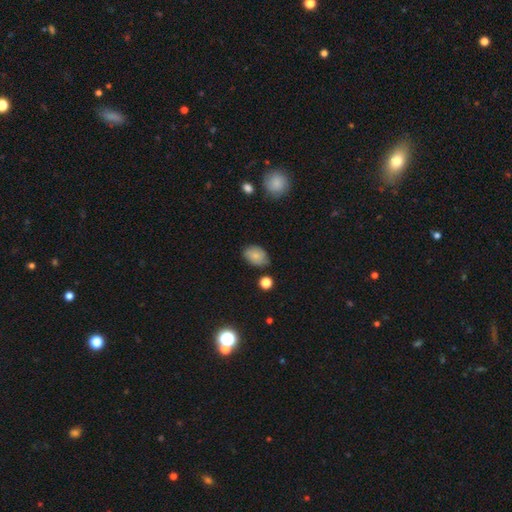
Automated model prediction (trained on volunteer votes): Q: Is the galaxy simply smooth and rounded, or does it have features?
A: smooth — 80%.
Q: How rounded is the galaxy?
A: in between — 78%.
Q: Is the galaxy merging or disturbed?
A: none — 73%.